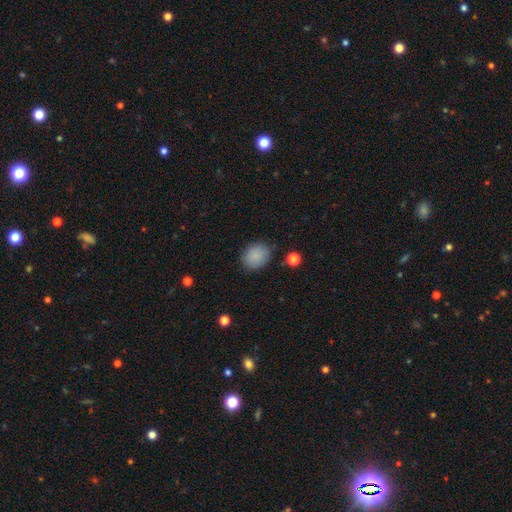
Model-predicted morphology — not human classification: Overall: smooth (87%). How rounded: in between (53%; round 46%). Merging: none (82%).